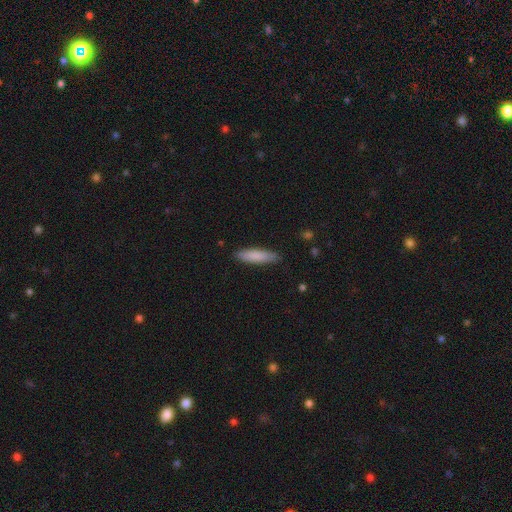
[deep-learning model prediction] smooth_or_featured: smooth (p=0.83) [alt: featured or disk p=0.11]
how_rounded: cigar-shaped (p=0.73) [alt: in between p=0.26]
merging: none (p=0.87) [alt: minor disturbance p=0.10]